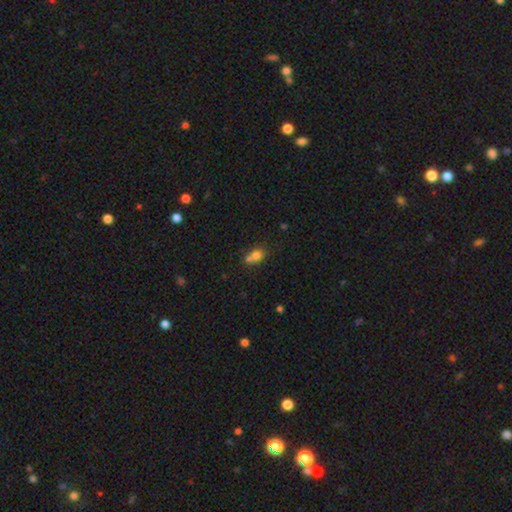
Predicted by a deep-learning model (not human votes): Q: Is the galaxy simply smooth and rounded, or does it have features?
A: smooth — 73%.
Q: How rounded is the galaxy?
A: round — 50%.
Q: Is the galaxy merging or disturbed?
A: merger — 49%.